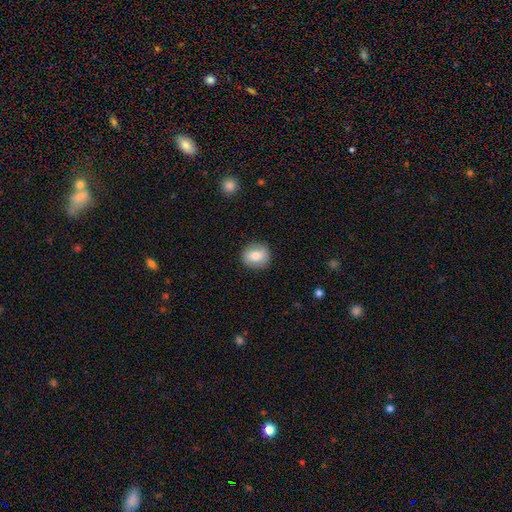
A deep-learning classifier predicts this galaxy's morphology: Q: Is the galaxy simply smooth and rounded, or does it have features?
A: smooth — 77%.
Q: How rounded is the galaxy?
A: round — 79%.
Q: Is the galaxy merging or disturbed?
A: none — 87%.